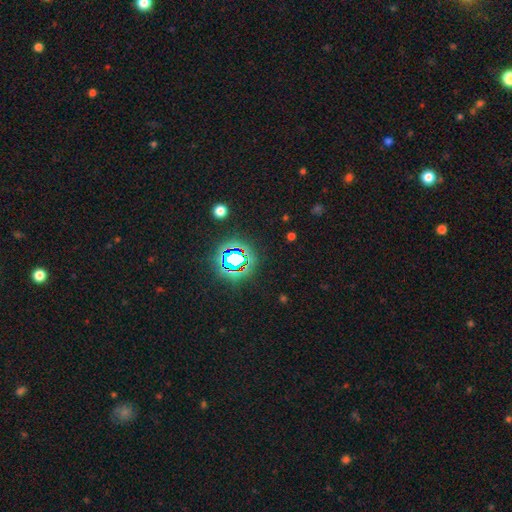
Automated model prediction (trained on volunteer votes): smooth_or_featured: star or artifact (p=0.82) [alt: smooth p=0.11]